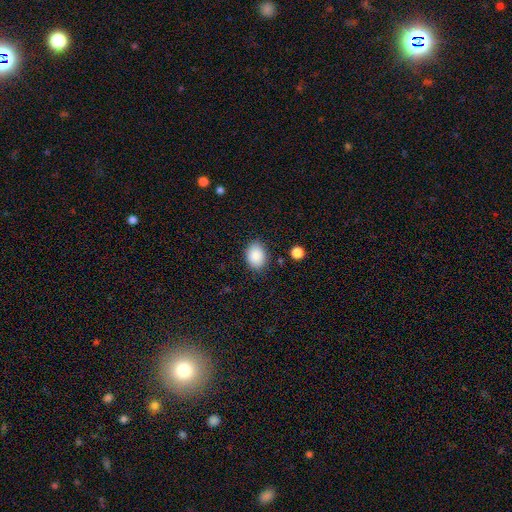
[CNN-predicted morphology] Q: Smooth or featured?
A: smooth (88%); runner-up: star or artifact (8%)
Q: How rounded?
A: in between (71%); runner-up: round (28%)
Q: Merging?
A: none (83%); runner-up: minor disturbance (12%)